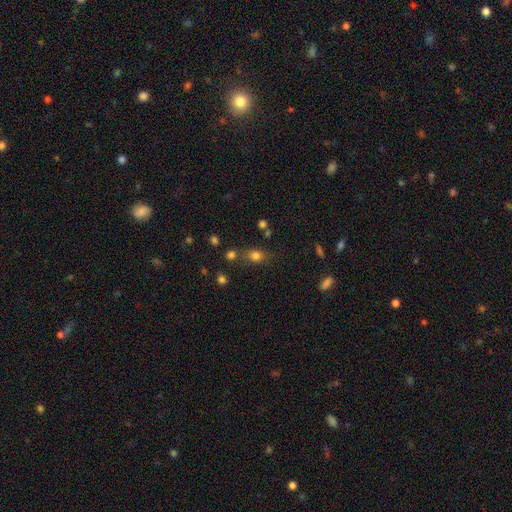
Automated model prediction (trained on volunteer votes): A smooth galaxy with no disk features (76%) that is in between round and cigar-shaped (52%). Merging: none (64%).